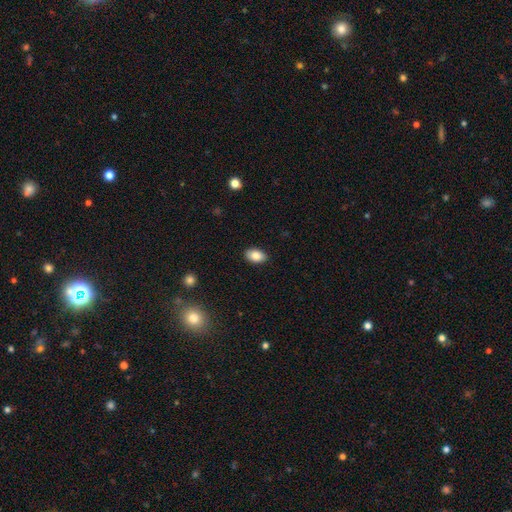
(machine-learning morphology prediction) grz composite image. It shows a smooth galaxy with no disk features (85%) that is in between round and cigar-shaped (90%). Merging: none (88%).